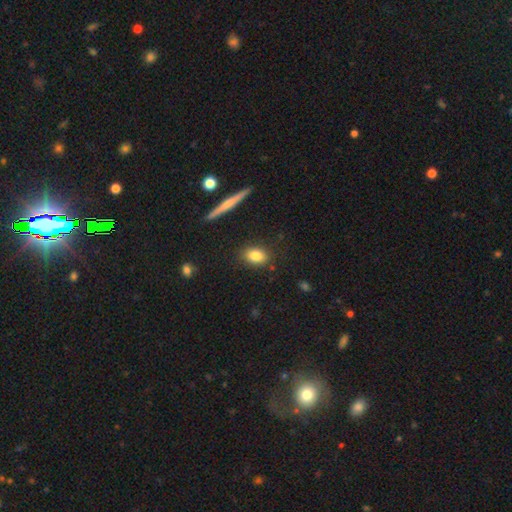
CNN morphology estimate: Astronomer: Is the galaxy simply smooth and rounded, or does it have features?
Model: smooth — 82%.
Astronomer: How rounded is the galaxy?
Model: in between — 79%.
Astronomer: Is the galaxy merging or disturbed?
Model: none — 85%.